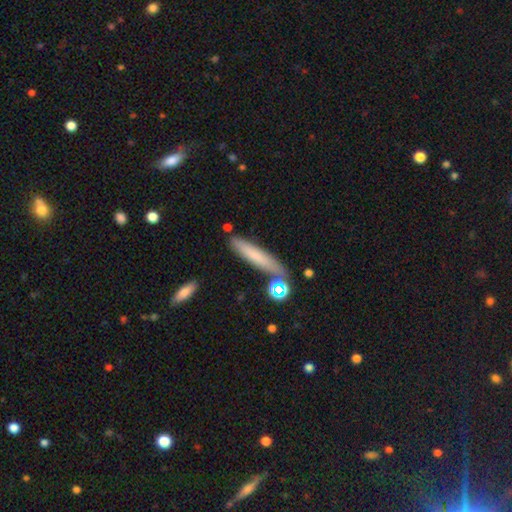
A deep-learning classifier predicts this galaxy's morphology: smooth-or-featured: smooth: 70% | featured or disk: 22% | star or artifact: 8%
  how-rounded: cigar-shaped: 90% | in between: 9% | round: 2%
  merging: none: 74% | minor disturbance: 15% | merger: 7% | major disturbance: 4%